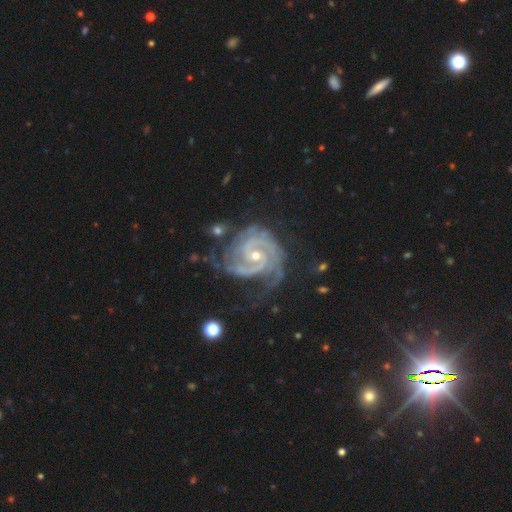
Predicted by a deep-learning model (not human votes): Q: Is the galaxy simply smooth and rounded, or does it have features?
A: featured or disk — 93%.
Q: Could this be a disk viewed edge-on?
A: no — 98%.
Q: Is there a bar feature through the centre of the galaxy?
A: no — 46%.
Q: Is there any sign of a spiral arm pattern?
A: yes — 99%.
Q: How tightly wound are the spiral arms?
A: tight — 69%.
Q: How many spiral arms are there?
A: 2 — 47%.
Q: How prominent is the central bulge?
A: small — 54%.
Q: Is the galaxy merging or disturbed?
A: none — 55%.